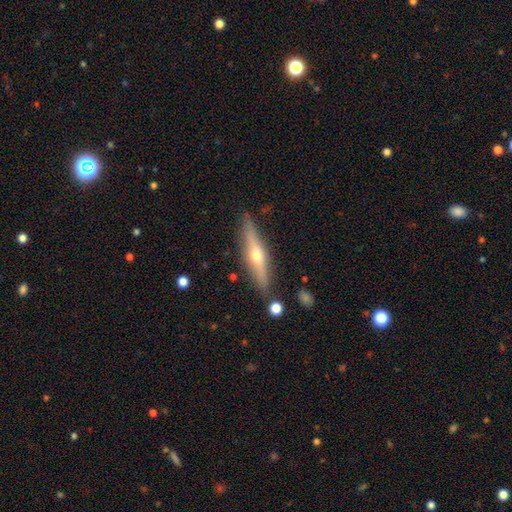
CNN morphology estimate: smooth_or_featured: featured or disk (p=0.69) [alt: smooth p=0.25]
disk_edge_on: yes (p=0.94) [alt: no p=0.06]
edge_on_bulge: rounded (p=0.91) [alt: none p=0.06]
merging: none (p=0.86) [alt: minor disturbance p=0.10]